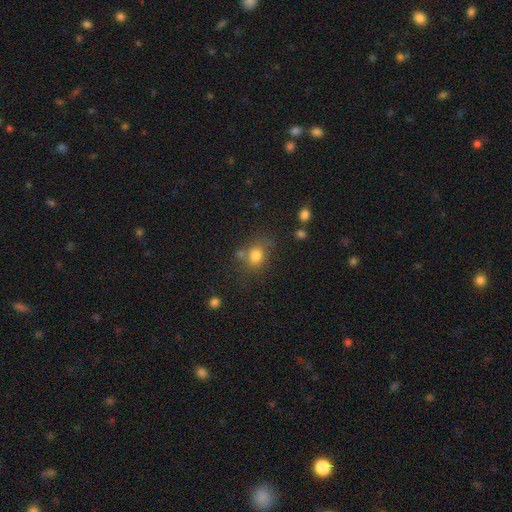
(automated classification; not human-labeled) smooth_or_featured: smooth (p=0.79) [alt: star or artifact p=0.12]
how_rounded: round (p=0.60) [alt: in between p=0.39]
merging: none (p=0.61) [alt: minor disturbance p=0.17]